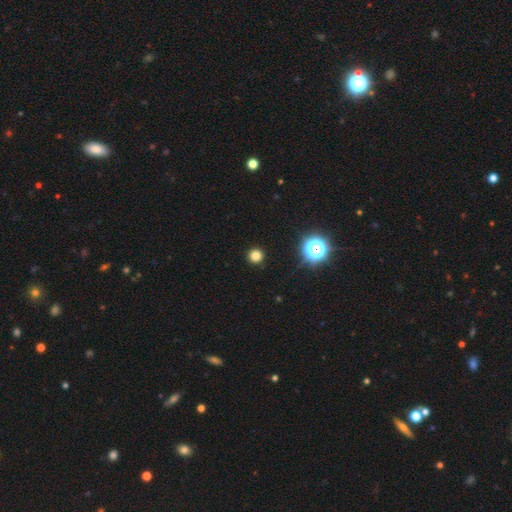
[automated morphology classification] Q: Smooth or featured?
A: smooth (80%); runner-up: star or artifact (17%)
Q: How rounded?
A: round (96%); runner-up: in between (3%)
Q: Merging?
A: none (93%); runner-up: minor disturbance (4%)